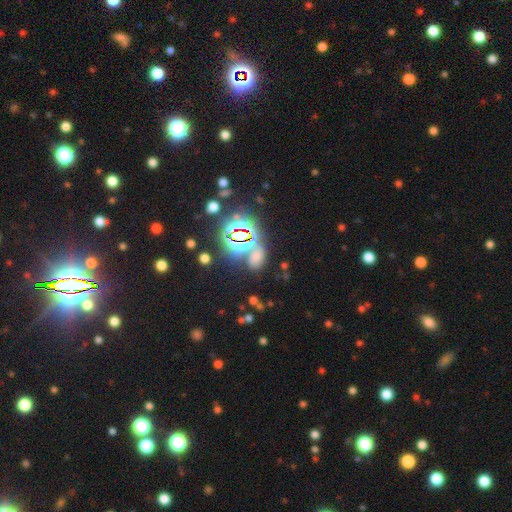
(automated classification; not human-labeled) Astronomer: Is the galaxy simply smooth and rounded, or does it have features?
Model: star or artifact — 49% (runner-up: smooth, 42%).